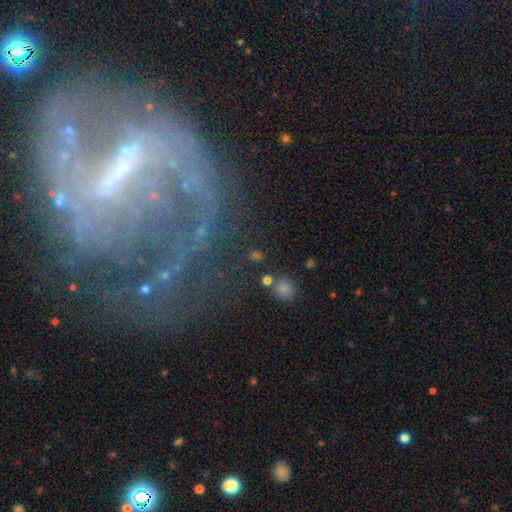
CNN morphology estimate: Overall: smooth (50%; featured or disk 27%). Merging: none (78%).